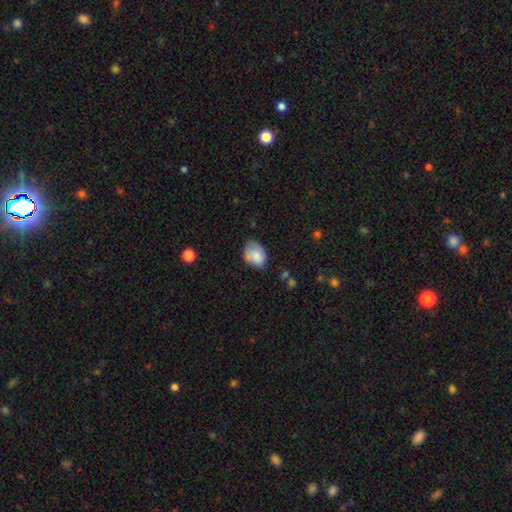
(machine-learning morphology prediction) Smooth or featured: smooth — 78% (featured or disk — 15%)
How rounded: in between — 73% (round — 26%)
Merging: none — 58% (minor disturbance — 32%)